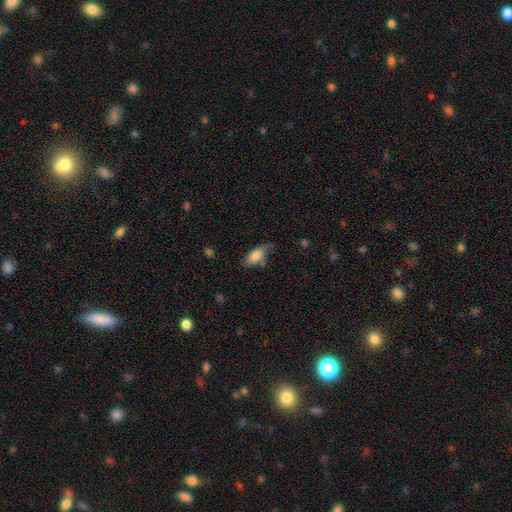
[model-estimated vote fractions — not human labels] A smooth galaxy with no disk features (74%) that is in between round and cigar-shaped (84%). Merging: none (50%).